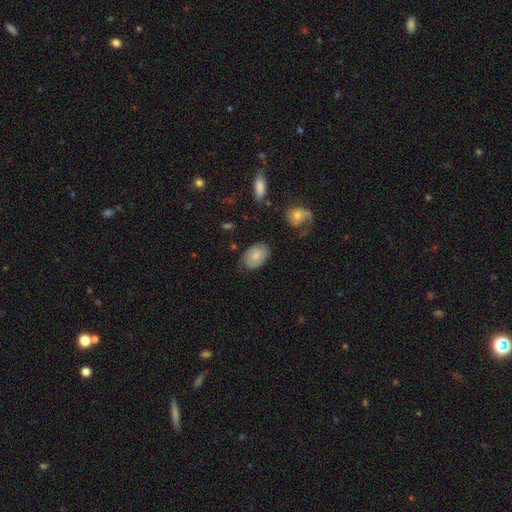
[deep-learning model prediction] smooth-or-featured: smooth: 77% | featured or disk: 16% | star or artifact: 7%
  how-rounded: in between: 85% | round: 14% | cigar-shaped: 1%
  merging: none: 77% | minor disturbance: 16% | major disturbance: 5% | merger: 2%